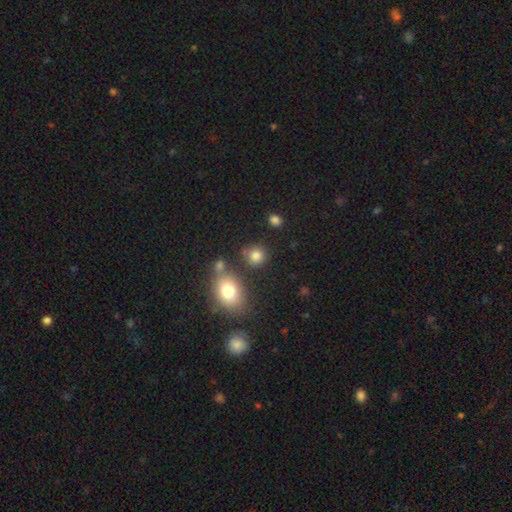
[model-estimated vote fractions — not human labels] This appears to be a smooth galaxy with no disk features (81%) that is round (83%). Merging: none (75%).